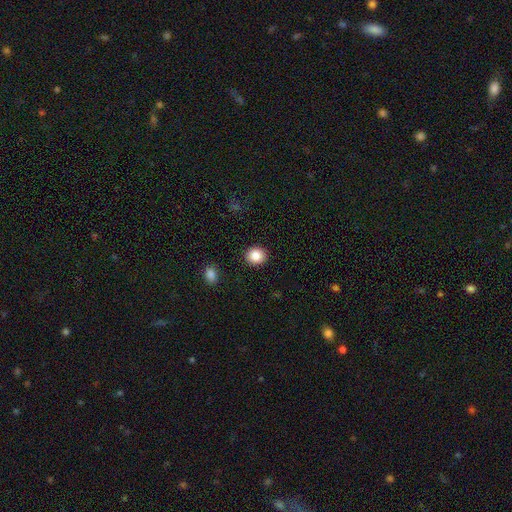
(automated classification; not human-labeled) Smooth or featured? smooth (87%)
How rounded? round (81%)
Merging? none (91%)